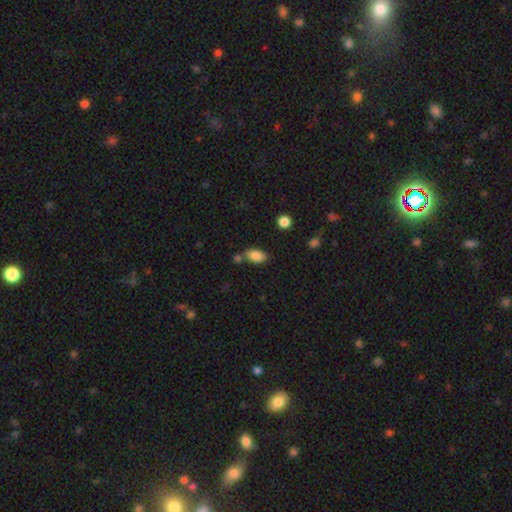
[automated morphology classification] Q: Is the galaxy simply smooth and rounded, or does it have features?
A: smooth — 85%.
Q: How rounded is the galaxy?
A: in between — 91%.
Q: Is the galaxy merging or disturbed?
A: none — 65%.